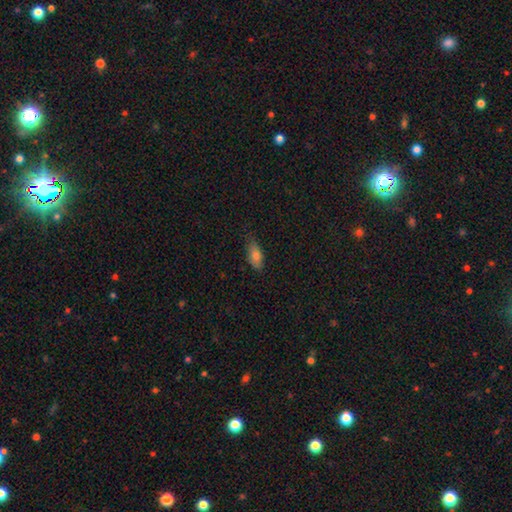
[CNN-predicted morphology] smooth-or-featured: smooth: 78% | featured or disk: 13% | star or artifact: 9%
  how-rounded: in between: 81% | cigar-shaped: 16% | round: 3%
  merging: none: 72% | minor disturbance: 23% | major disturbance: 4% | merger: 1%